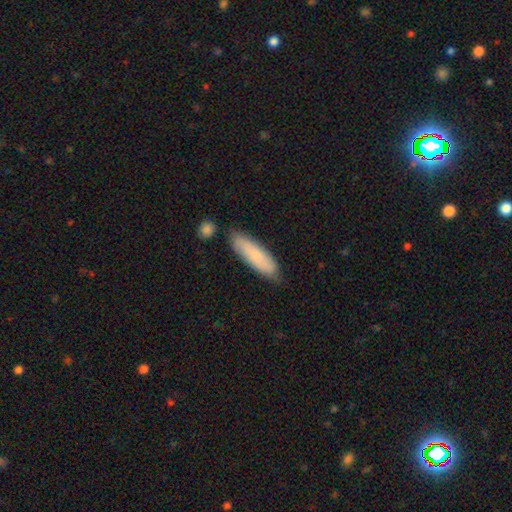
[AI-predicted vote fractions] A smooth galaxy with no disk features (75%) that is cigar-shaped (58%). Merging: none (78%).